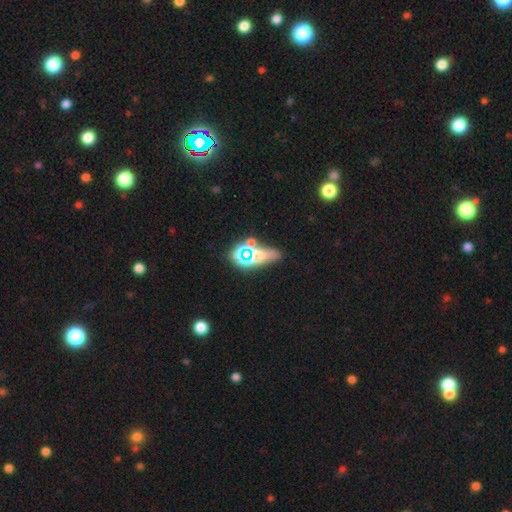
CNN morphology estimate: Smooth or featured?
  - star or artifact: 44% *
  - smooth: 40%
  - featured or disk: 17%